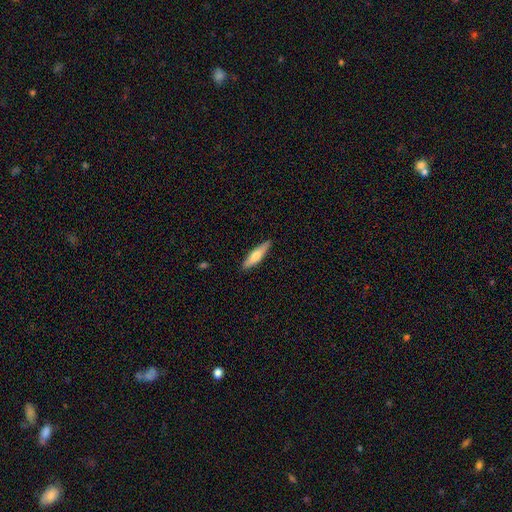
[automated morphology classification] This appears to be a smooth galaxy with no disk features (62%) that is cigar-shaped (73%). Merging: none (88%).